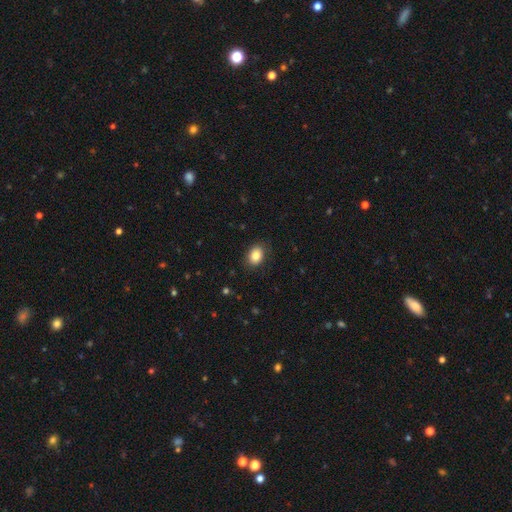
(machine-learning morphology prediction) Smooth or featured?
  - smooth: 84% *
  - star or artifact: 9%
  - featured or disk: 7%
How rounded?
  - in between: 67% *
  - round: 32%
  - cigar-shaped: 1%
Merging?
  - none: 86% *
  - minor disturbance: 10%
  - major disturbance: 3%
  - merger: 1%